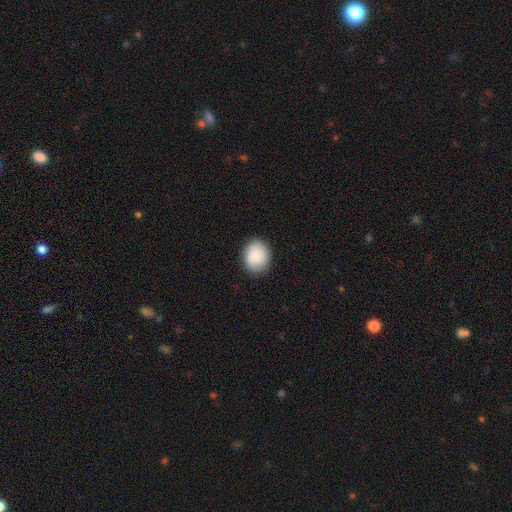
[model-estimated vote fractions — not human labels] The model was most divided on "how rounded": round: 57%, in between: 42%, cigar-shaped: 1%. More confident: merging — none (87%); smooth or featured — smooth (85%).